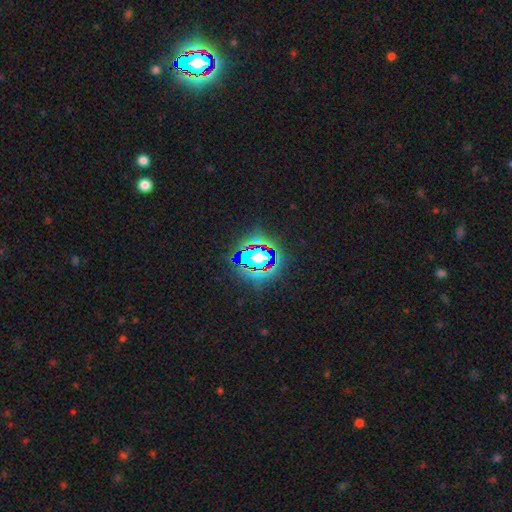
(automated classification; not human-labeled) A star or artifact, not a galaxy (64%).